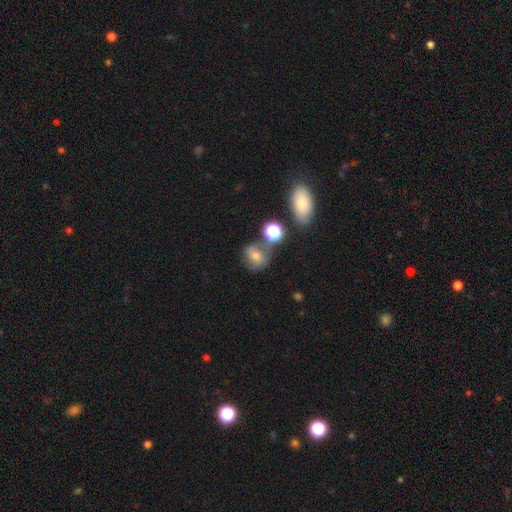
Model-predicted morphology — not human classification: type=smooth (56%); roundness=round (59%); merging=none (63%).